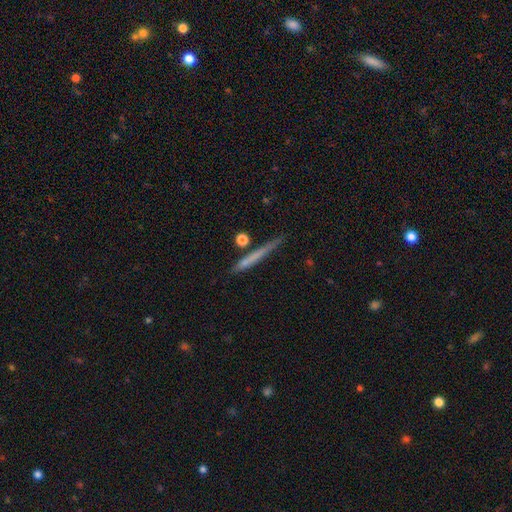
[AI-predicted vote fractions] Smooth or featured: smooth — 58% (featured or disk — 34%)
How rounded: cigar-shaped — 96% (in between — 2%)
Merging: none — 80% (minor disturbance — 12%)